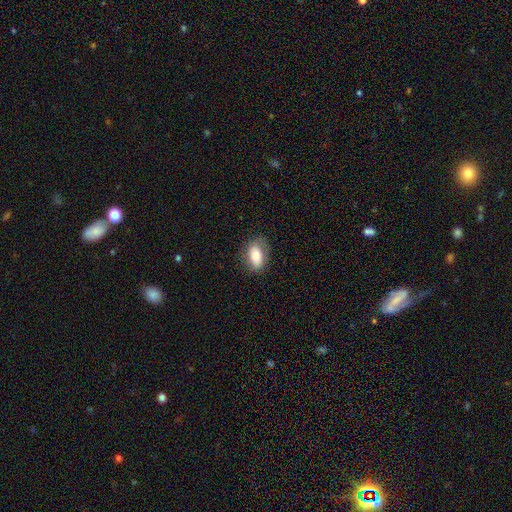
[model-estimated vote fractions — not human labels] smooth 71%, featured or disk 21%, star or artifact 8%. Down the decision tree: how rounded — in between (85%); merging — none (77%).